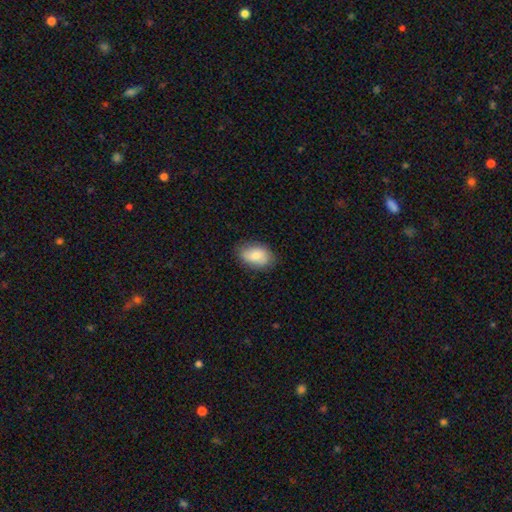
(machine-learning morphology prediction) Smooth or featured: smooth — 76% (featured or disk — 17%)
How rounded: in between — 88% (round — 11%)
Merging: none — 79% (minor disturbance — 16%)